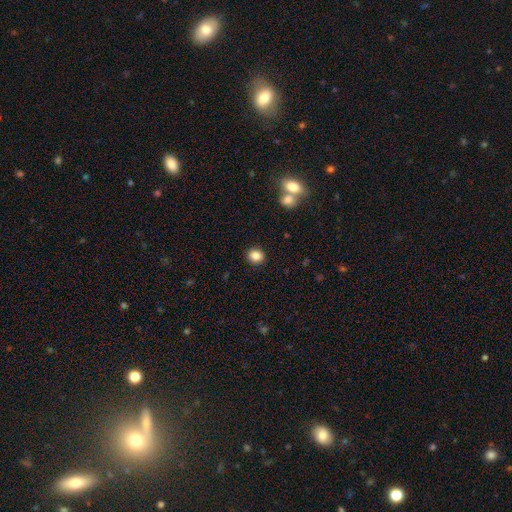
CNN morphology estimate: The model was most divided on "how rounded": round: 75%, in between: 24%, cigar-shaped: 1%. More confident: merging — none (90%); smooth or featured — smooth (85%).